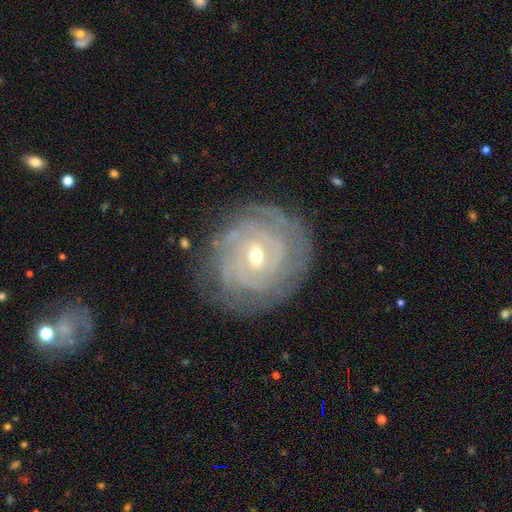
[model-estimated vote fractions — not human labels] featured or disk 86%, smooth 8%, star or artifact 6%. Down the decision tree: edge-on disk — no (97%); bar — no (43%); spiral arms — yes (96%); spiral arm count — can't tell (35%); spiral winding — tight (83%); bulge size — moderate (50%); merging — none (81%).